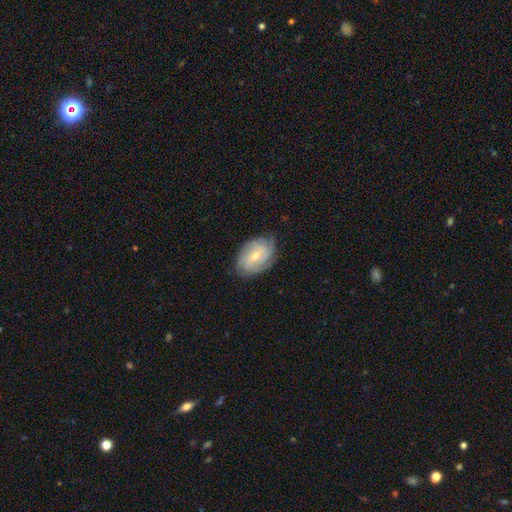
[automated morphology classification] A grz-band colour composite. It shows a featured or disk galaxy (74%) with a weak bar (49%), tight (63%) spiral arms (92%) and a small central bulge (52%). Merging: none (77%).